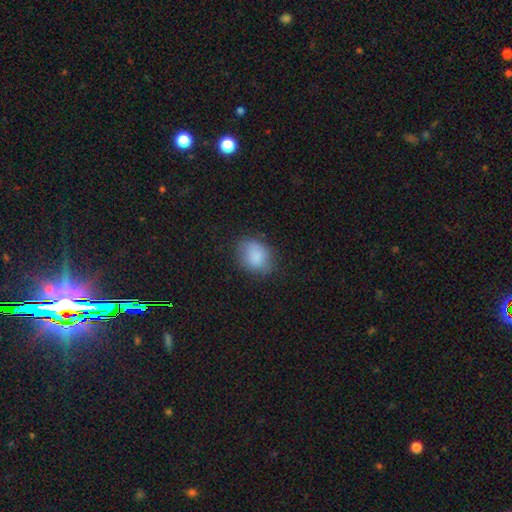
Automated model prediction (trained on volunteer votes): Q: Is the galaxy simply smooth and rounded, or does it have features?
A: smooth — 84%.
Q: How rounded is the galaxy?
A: in between — 57%.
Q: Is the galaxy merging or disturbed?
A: none — 71%.